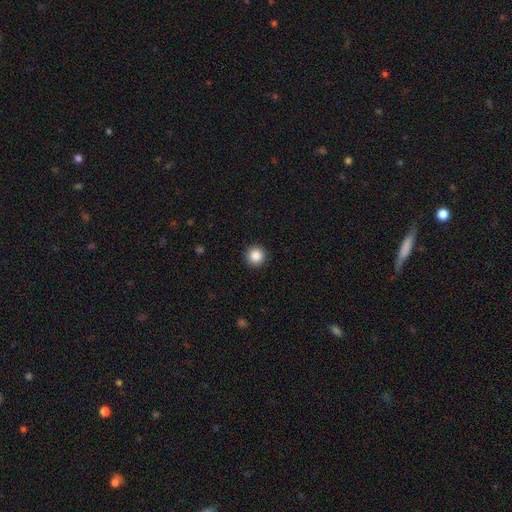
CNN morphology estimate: Smooth or featured? smooth (88%)
How rounded? round (96%)
Merging? none (93%)